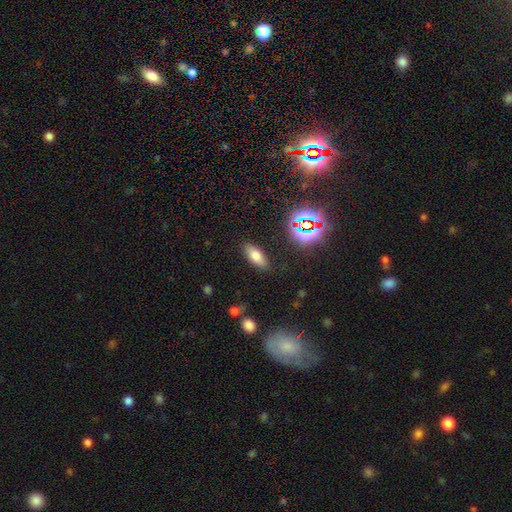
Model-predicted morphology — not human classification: Smooth or featured? Predicted: smooth (p=0.73). How rounded? Predicted: in between (p=0.79). Merging? Predicted: none (p=0.85).